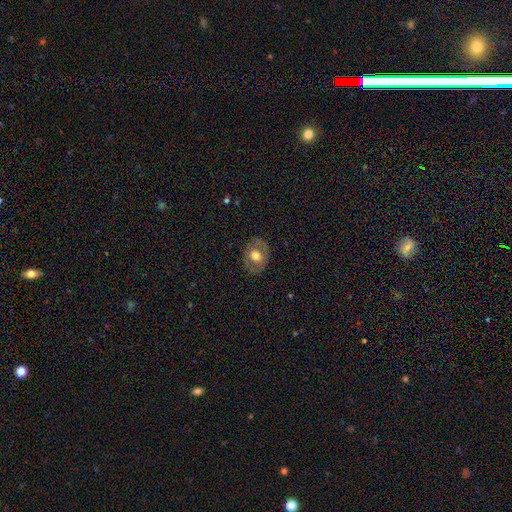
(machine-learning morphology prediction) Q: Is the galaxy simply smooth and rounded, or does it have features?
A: smooth — 54%.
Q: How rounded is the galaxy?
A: in between — 52%.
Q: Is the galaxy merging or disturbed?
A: none — 83%.